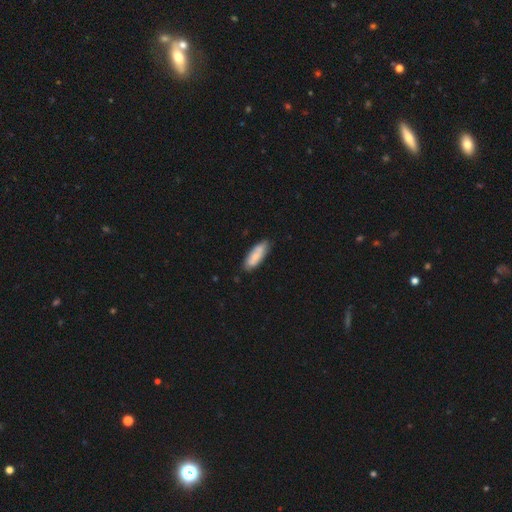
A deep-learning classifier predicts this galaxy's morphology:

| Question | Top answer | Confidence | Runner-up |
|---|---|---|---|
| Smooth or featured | smooth | 68% | featured or disk (26%) |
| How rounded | in between | 65% | cigar-shaped (33%) |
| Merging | none | 78% | minor disturbance (17%) |